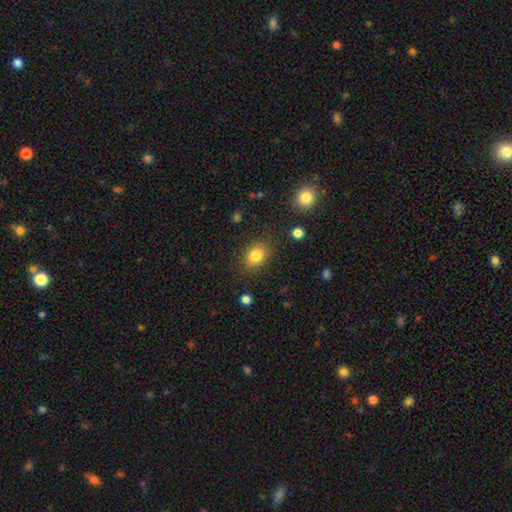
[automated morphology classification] Q: Smooth or featured?
A: smooth (82%); runner-up: star or artifact (11%)
Q: How rounded?
A: in between (53%); runner-up: round (46%)
Q: Merging?
A: none (82%); runner-up: minor disturbance (12%)